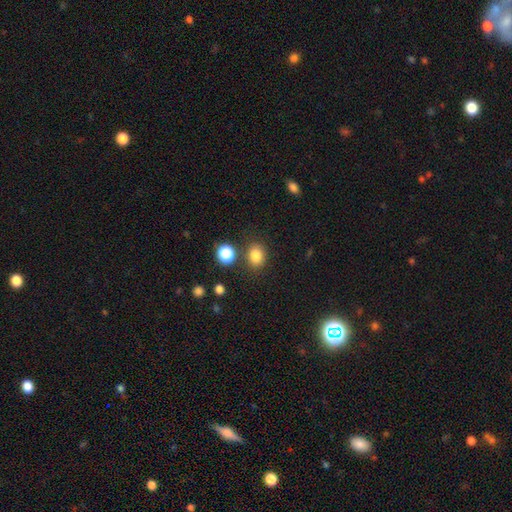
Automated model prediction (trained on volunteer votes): A smooth galaxy with no disk features (82%) that is round (59%). Merging: none (81%).